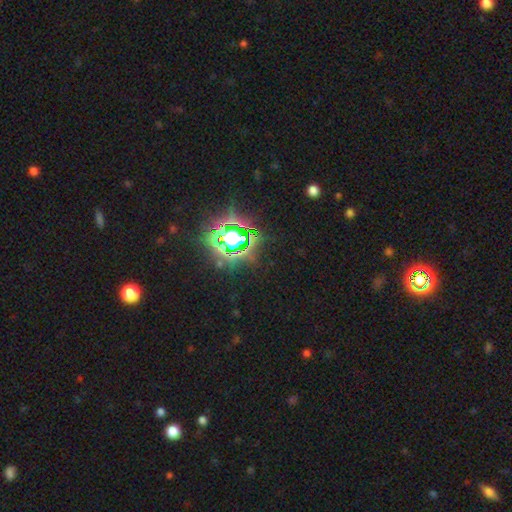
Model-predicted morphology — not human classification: Smooth or featured? Predicted: star or artifact (p=0.81).